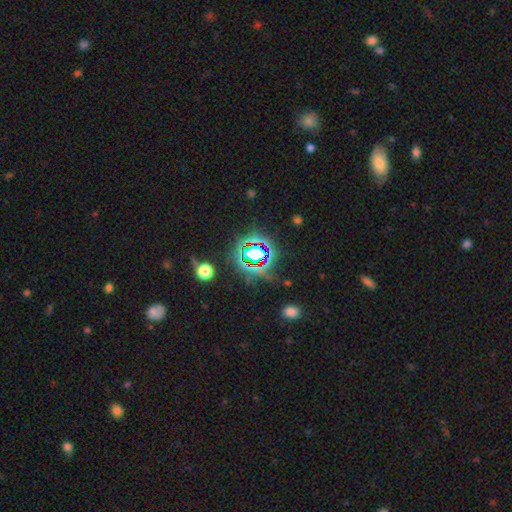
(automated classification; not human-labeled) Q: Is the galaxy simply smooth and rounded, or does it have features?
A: star or artifact — 76%.